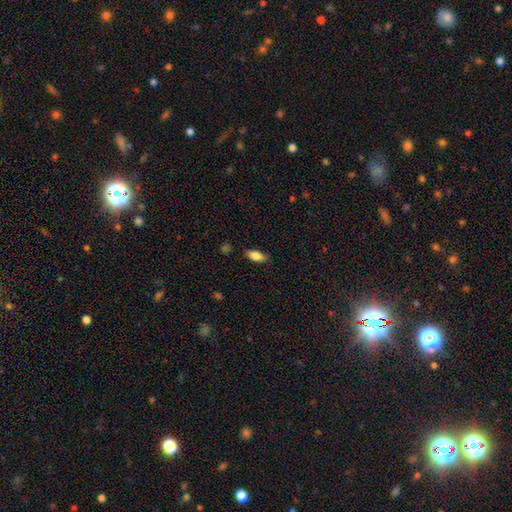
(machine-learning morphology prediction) This is clearly a smooth galaxy (82%). How rounded: clearly in between (83%). Merging: clearly none (81%).